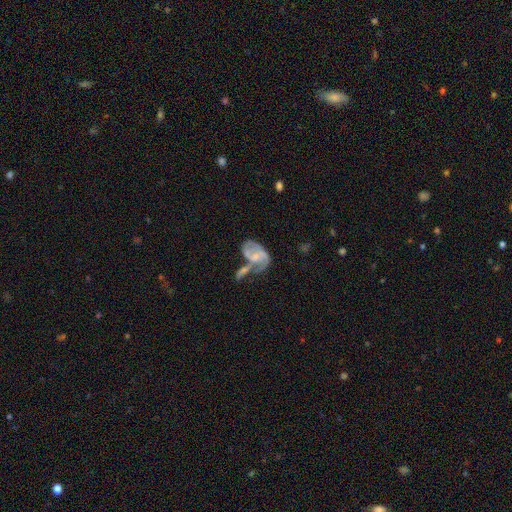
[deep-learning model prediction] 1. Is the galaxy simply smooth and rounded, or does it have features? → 66% featured or disk, 27% smooth, 8% star or artifact.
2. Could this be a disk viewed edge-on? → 97% no, 3% yes.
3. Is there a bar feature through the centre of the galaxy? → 66% no, 28% weak, 6% strong.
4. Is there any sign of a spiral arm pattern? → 68% yes, 32% no.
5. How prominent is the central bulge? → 51% small, 29% moderate, 16% none, 3% large, 1% dominant.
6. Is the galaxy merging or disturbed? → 49% merger, 22% major disturbance, 16% none, 13% minor disturbance.